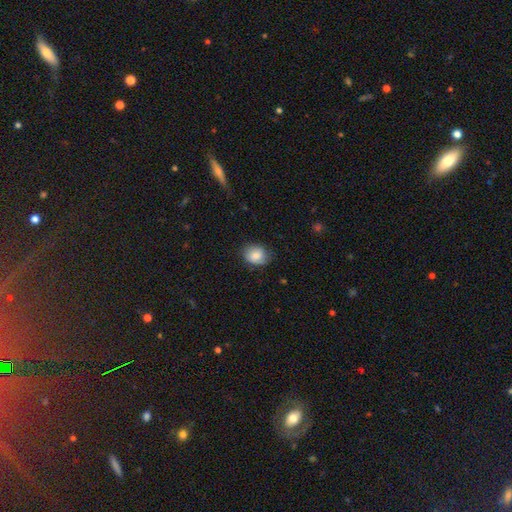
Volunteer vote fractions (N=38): Q: Smooth or featured?
A: smooth (89%); runner-up: featured or disk (8%)
Q: How rounded?
A: in between (62%); runner-up: round (38%)
Q: Merging?
A: none (70%); runner-up: minor disturbance (22%)